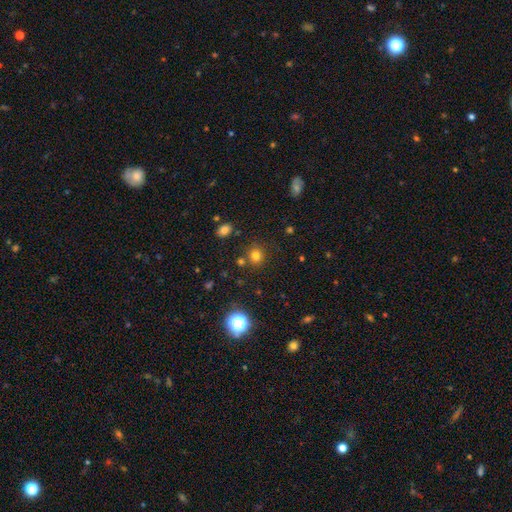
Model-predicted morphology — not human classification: smooth_or_featured: smooth (p=0.76) [alt: star or artifact p=0.18]
how_rounded: round (p=0.84) [alt: in between p=0.15]
merging: none (p=0.79) [alt: minor disturbance p=0.10]